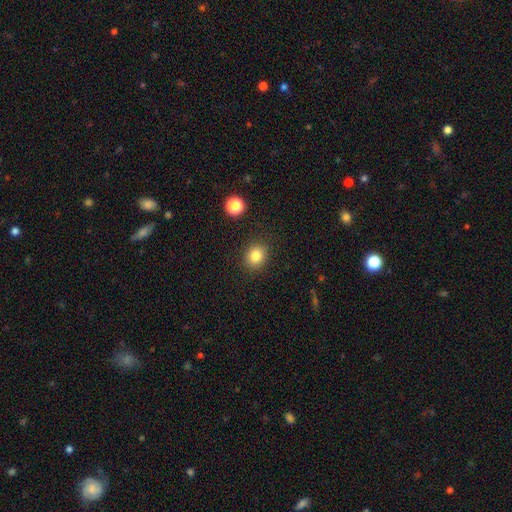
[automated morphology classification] smooth-or-featured: smooth: 82% | star or artifact: 11% | featured or disk: 7%
  how-rounded: round: 72% | in between: 27% | cigar-shaped: 1%
  merging: none: 87% | minor disturbance: 8% | major disturbance: 3% | merger: 2%